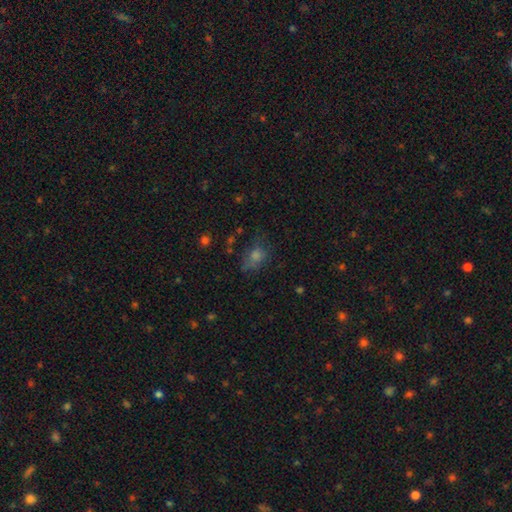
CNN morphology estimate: Smooth or featured?
  - smooth: 59% *
  - star or artifact: 23%
  - featured or disk: 18%
How rounded?
  - in between: 57% *
  - round: 40%
  - cigar-shaped: 2%
Merging?
  - none: 53% *
  - minor disturbance: 25%
  - major disturbance: 18%
  - merger: 4%